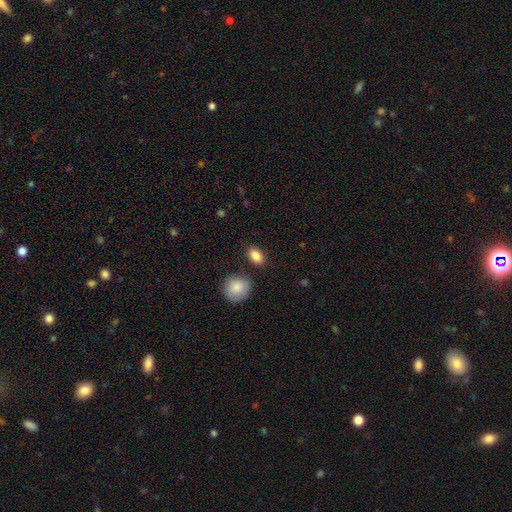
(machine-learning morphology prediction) Smooth or featured? smooth (87%)
How rounded? in between (82%)
Merging? none (81%)